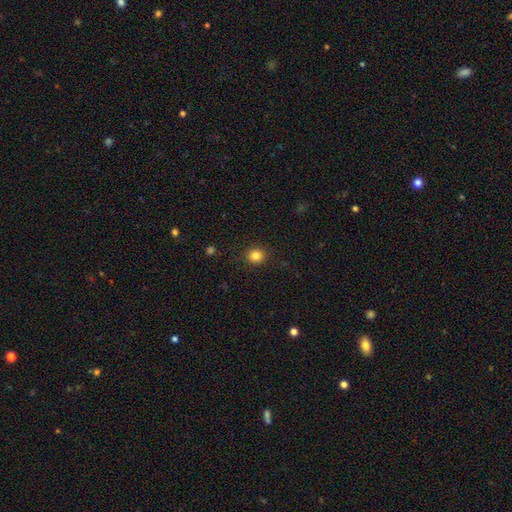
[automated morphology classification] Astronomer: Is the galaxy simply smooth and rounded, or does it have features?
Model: smooth — 83%.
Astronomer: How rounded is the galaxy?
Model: round — 88%.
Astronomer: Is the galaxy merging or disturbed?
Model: none — 91%.